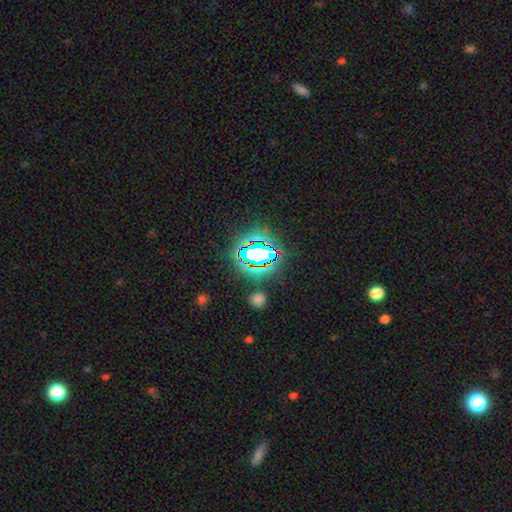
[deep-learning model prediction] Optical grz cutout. It shows a star or artifact, not a galaxy (63%).